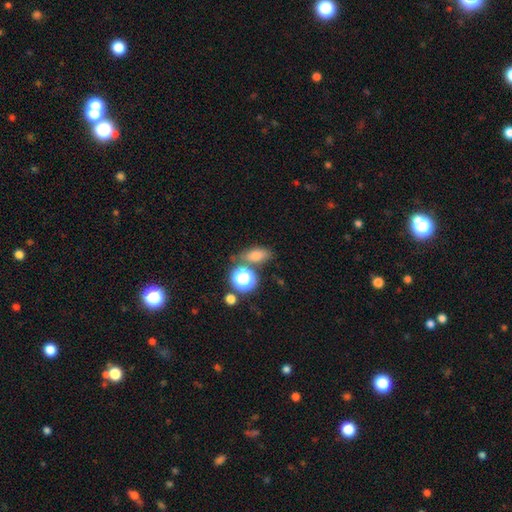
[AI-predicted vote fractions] This is likely a smooth galaxy (71%). How rounded: likely in between (74%). Merging: likely none (66%).